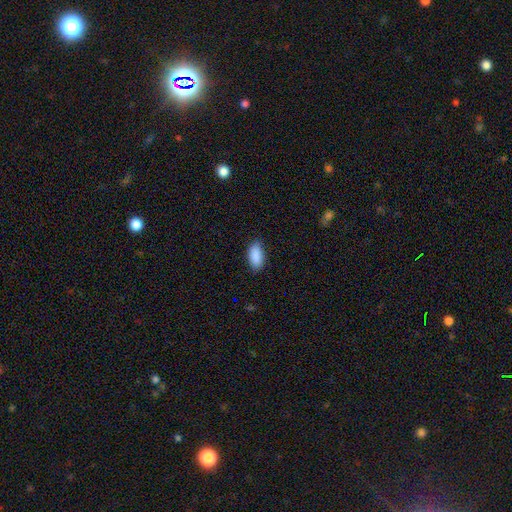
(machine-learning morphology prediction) Smooth or featured?
  - smooth: 90% *
  - star or artifact: 6%
  - featured or disk: 4%
How rounded?
  - in between: 92% *
  - cigar-shaped: 6%
  - round: 2%
Merging?
  - none: 82% *
  - minor disturbance: 14%
  - major disturbance: 3%
  - merger: 1%